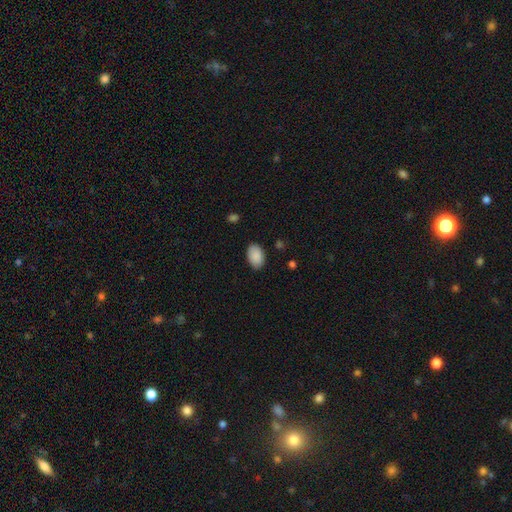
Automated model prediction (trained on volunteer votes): smooth_or_featured: smooth (p=0.90) [alt: star or artifact p=0.07]
how_rounded: in between (p=0.89) [alt: round p=0.10]
merging: none (p=0.85) [alt: minor disturbance p=0.11]